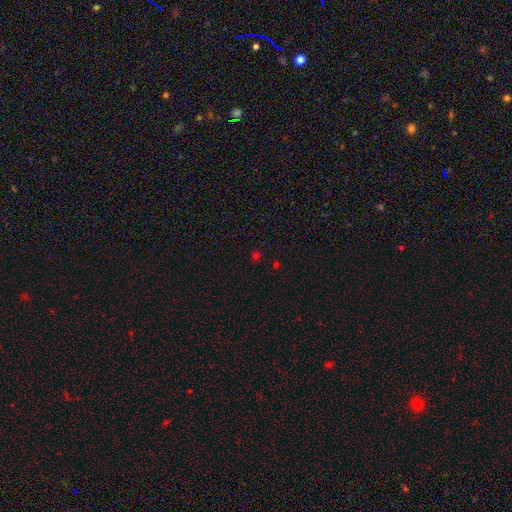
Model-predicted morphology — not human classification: Smooth or featured?
  - smooth: 49% *
  - star or artifact: 45%
  - featured or disk: 6%
Merging?
  - none: 81% *
  - minor disturbance: 10%
  - merger: 5%
  - major disturbance: 4%